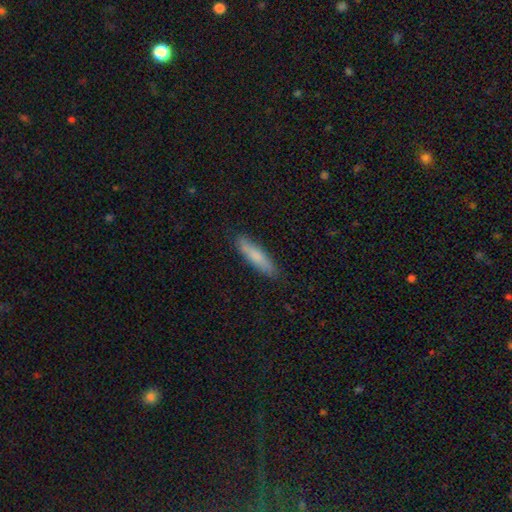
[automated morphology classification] This appears to be a smooth galaxy with no disk features (78%) that is cigar-shaped (82%). Merging: none (85%).